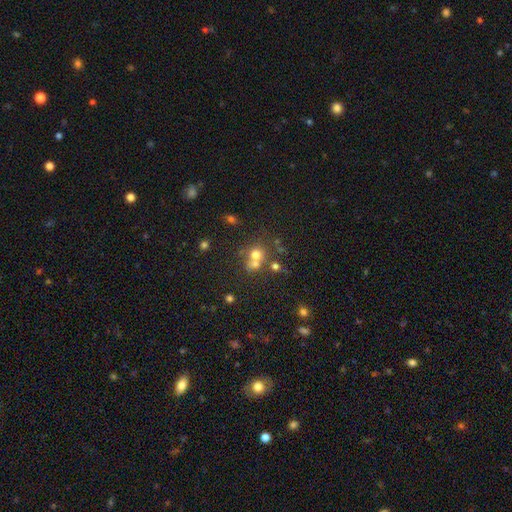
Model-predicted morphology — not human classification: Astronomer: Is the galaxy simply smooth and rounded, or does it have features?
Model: smooth — 64%.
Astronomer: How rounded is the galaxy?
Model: round — 80%.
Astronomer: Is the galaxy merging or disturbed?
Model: merger — 46% (runner-up: none, 41%).